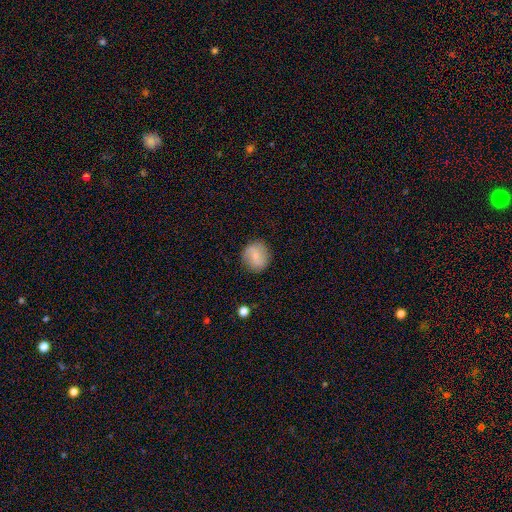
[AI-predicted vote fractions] Q: Smooth or featured?
A: smooth (65%); runner-up: featured or disk (27%)
Q: How rounded?
A: round (81%); runner-up: in between (17%)
Q: Merging?
A: none (83%); runner-up: minor disturbance (12%)